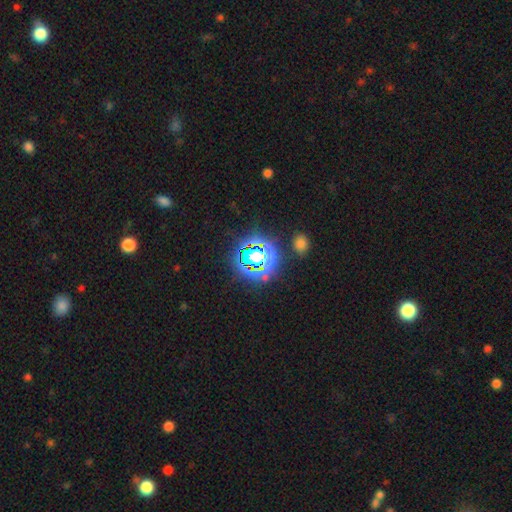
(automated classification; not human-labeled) Smooth or featured? Predicted: star or artifact (p=0.64).